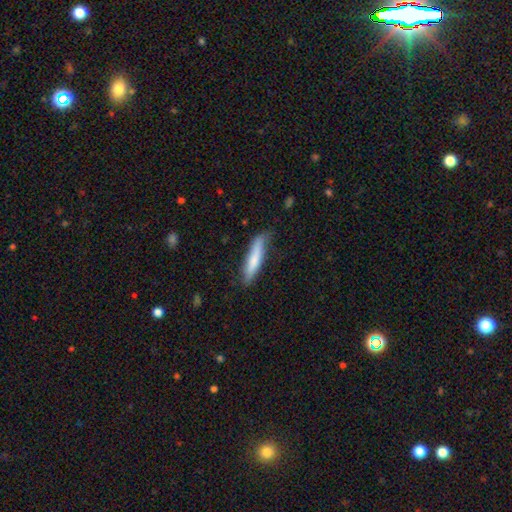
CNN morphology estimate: Smooth or featured? smooth (70%)
How rounded? cigar-shaped (87%)
Merging? none (72%)